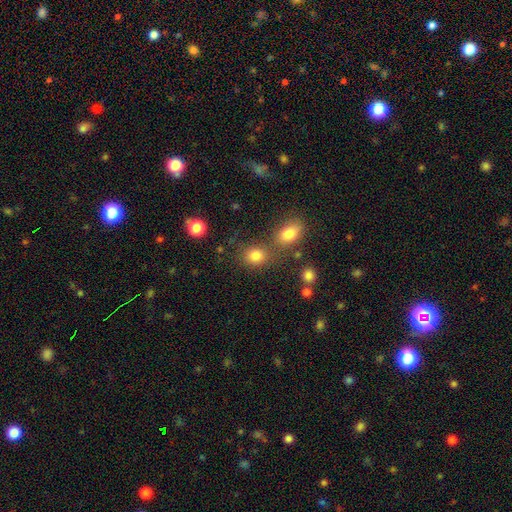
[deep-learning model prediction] Q: Smooth or featured?
A: smooth (82%); runner-up: star or artifact (12%)
Q: How rounded?
A: round (65%); runner-up: in between (34%)
Q: Merging?
A: none (61%); runner-up: merger (25%)